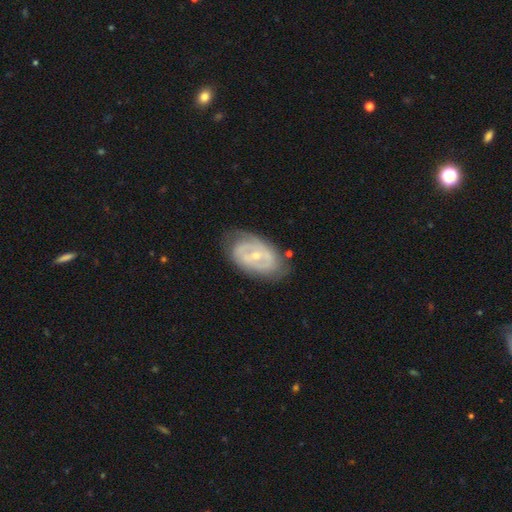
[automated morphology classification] Smooth or featured?
  - featured or disk: 77% *
  - smooth: 17%
  - star or artifact: 5%
Edge-on disk?
  - no: 94% *
  - yes: 6%
Bar?
  - weak: 40% *
  - no: 36%
  - strong: 25%
Spiral arms?
  - yes: 70% *
  - no: 30%
Spiral winding?
  - tight: 53% *
  - medium: 34%
  - loose: 14%
Spiral arm count?
  - 2: 52% *
  - can't tell: 33%
  - 3: 6%
  - 1: 5%
  - 4: 2%
  - more than 4: 2%
Bulge size?
  - small: 61% *
  - moderate: 36%
  - none: 1%
  - large: 1%
  - dominant: 1%
Merging?
  - none: 69% *
  - minor disturbance: 22%
  - major disturbance: 8%
  - merger: 2%